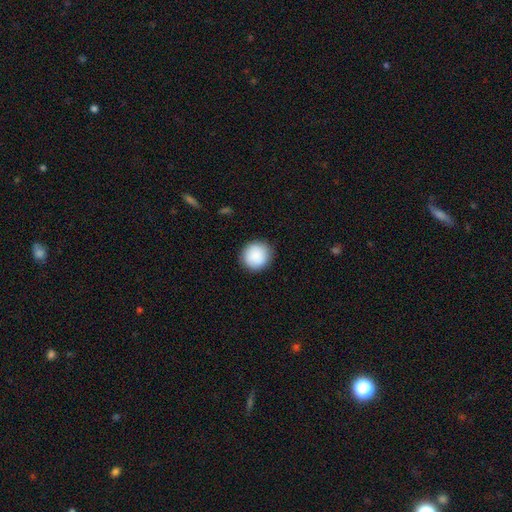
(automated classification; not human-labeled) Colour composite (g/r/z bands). It shows a smooth galaxy with no disk features (89%) that is round (93%). Merging: none (90%).